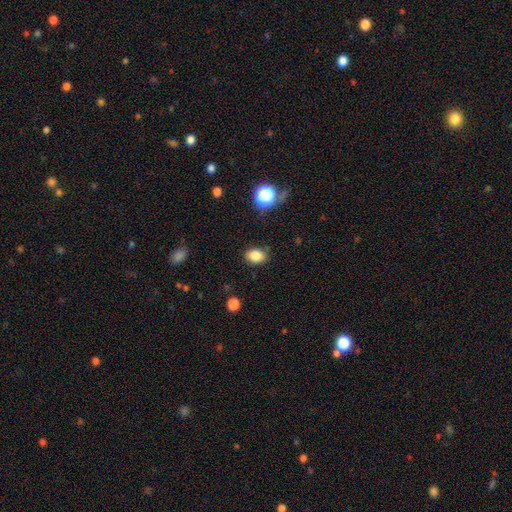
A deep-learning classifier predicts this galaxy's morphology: Smooth or featured? smooth (83%)
How rounded? in between (75%)
Merging? none (84%)